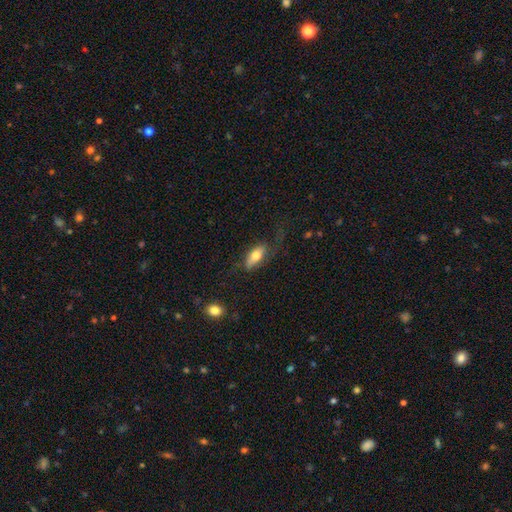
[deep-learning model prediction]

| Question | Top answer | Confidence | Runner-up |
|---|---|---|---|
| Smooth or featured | smooth | 71% | featured or disk (22%) |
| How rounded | in between | 79% | cigar-shaped (17%) |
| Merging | none | 54% | minor disturbance (25%) |